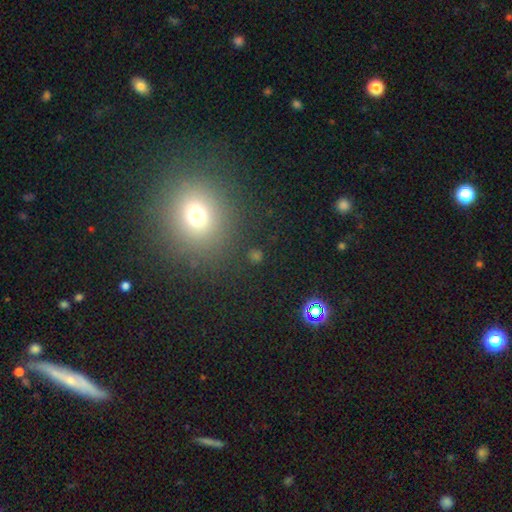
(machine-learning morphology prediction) smooth_or_featured: smooth (p=0.56) [alt: star or artifact p=0.36]
how_rounded: round (p=0.83) [alt: in between p=0.15]
merging: none (p=0.85) [alt: minor disturbance p=0.07]